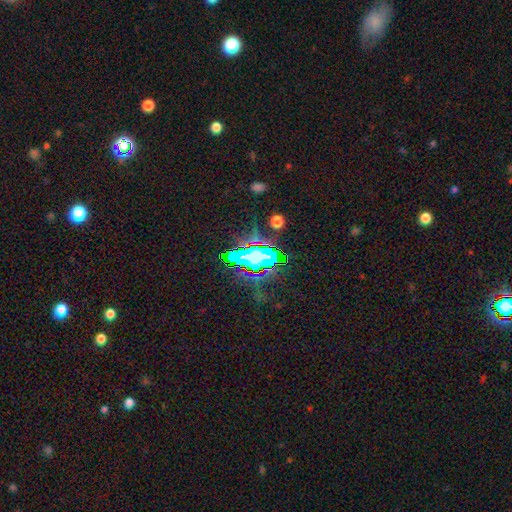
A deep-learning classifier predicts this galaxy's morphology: smooth_or_featured: star or artifact (p=0.59) [alt: smooth p=0.22]